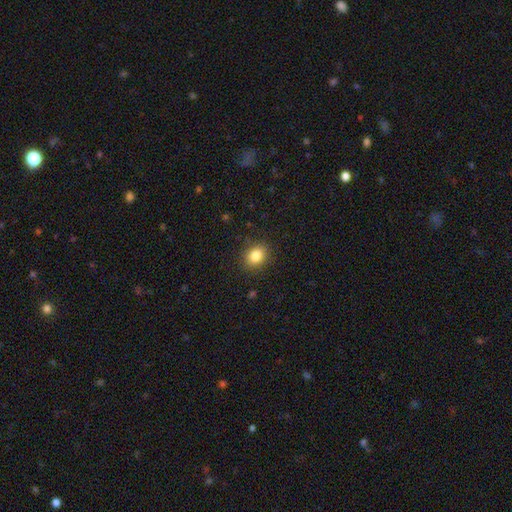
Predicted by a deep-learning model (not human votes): smooth_or_featured: smooth (p=0.84) [alt: star or artifact p=0.10]
how_rounded: round (p=0.52) [alt: in between p=0.47]
merging: none (p=0.88) [alt: minor disturbance p=0.09]